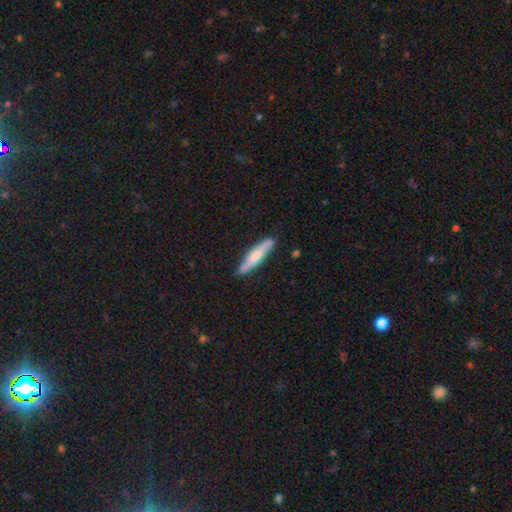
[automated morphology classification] This appears to be a smooth galaxy with no disk features (60%) that is cigar-shaped (85%). Merging: none (82%).